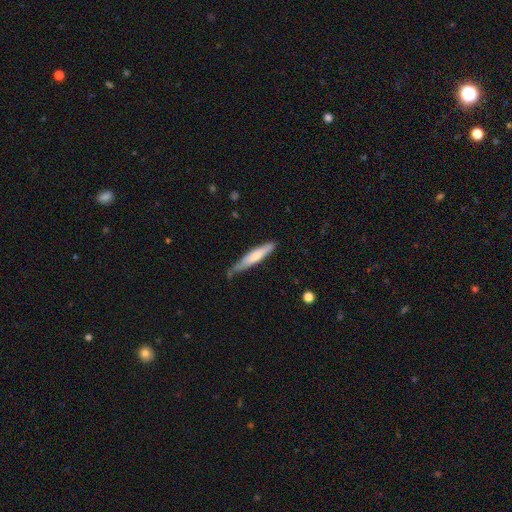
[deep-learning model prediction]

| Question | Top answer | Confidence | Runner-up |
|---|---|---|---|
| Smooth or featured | smooth | 66% | featured or disk (29%) |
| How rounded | cigar-shaped | 89% | in between (10%) |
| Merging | none | 62% | minor disturbance (30%) |